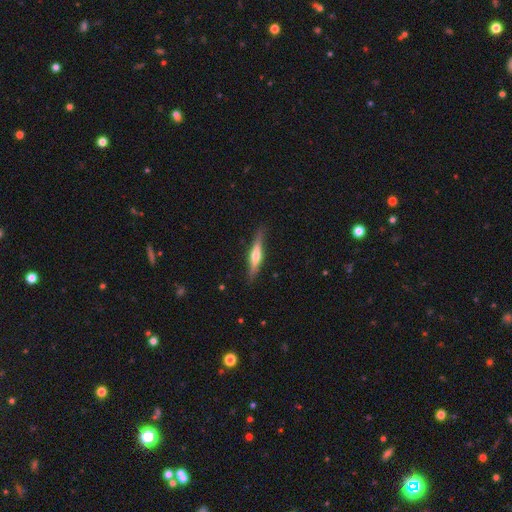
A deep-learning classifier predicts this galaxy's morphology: Smooth or featured?
  - featured or disk: 62% *
  - smooth: 32%
  - star or artifact: 5%
Edge-on disk?
  - yes: 96% *
  - no: 4%
Edge-on bulge?
  - rounded: 82% *
  - boxy: 10%
  - none: 8%
Merging?
  - none: 85% *
  - minor disturbance: 12%
  - major disturbance: 2%
  - merger: 1%